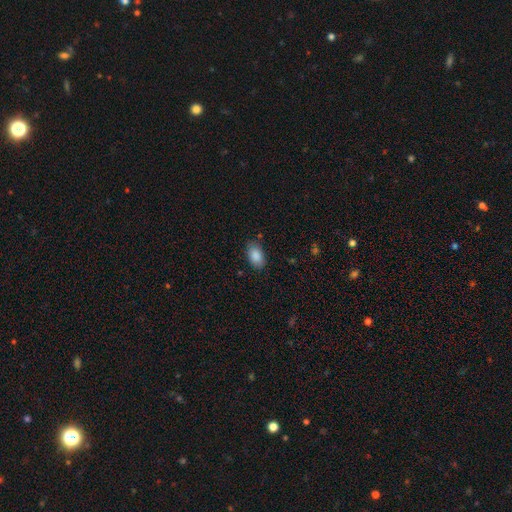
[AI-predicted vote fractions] Smooth or featured: smooth — 89% (star or artifact — 7%)
How rounded: in between — 92% (round — 6%)
Merging: none — 84% (minor disturbance — 12%)